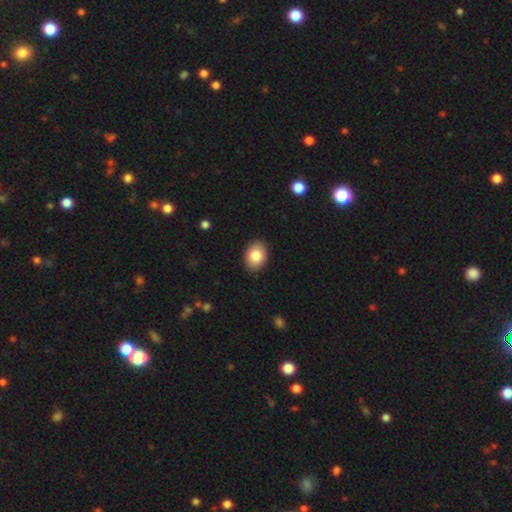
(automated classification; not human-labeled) Smooth or featured? smooth (84%)
How rounded? in between (72%)
Merging? none (89%)